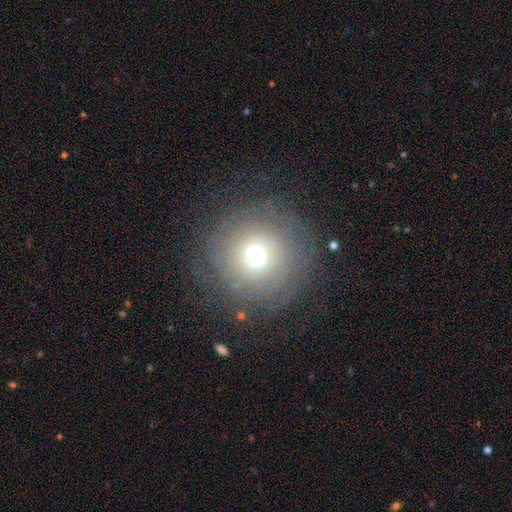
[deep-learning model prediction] A smooth galaxy with no disk features (55%) that is round (94%).

Vote fractions:
- Smooth or featured? smooth: 55% / featured or disk: 28% / star or artifact: 17%
- How rounded? round: 94% / in between: 5% / cigar-shaped: 1%
- Merging? none: 79% / minor disturbance: 11% / major disturbance: 8% / merger: 2%